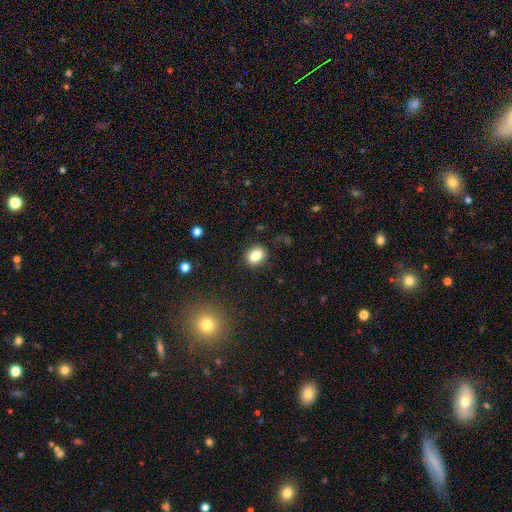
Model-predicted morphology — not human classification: A smooth galaxy with no disk features (83%) that is in between round and cigar-shaped (56%). Merging: none (88%).